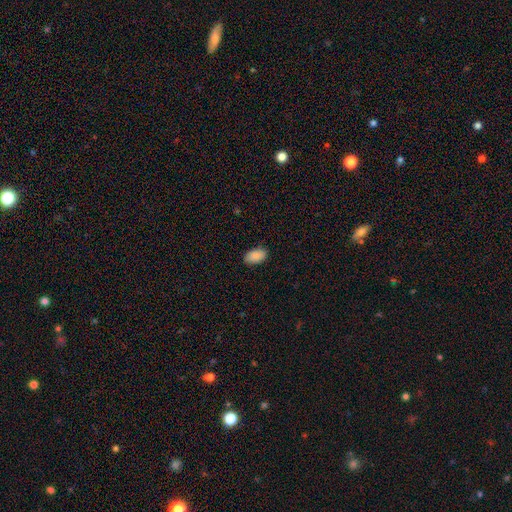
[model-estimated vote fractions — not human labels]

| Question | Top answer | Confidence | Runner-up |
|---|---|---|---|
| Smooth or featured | smooth | 89% | star or artifact (7%) |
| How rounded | in between | 94% | round (4%) |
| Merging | none | 87% | minor disturbance (10%) |